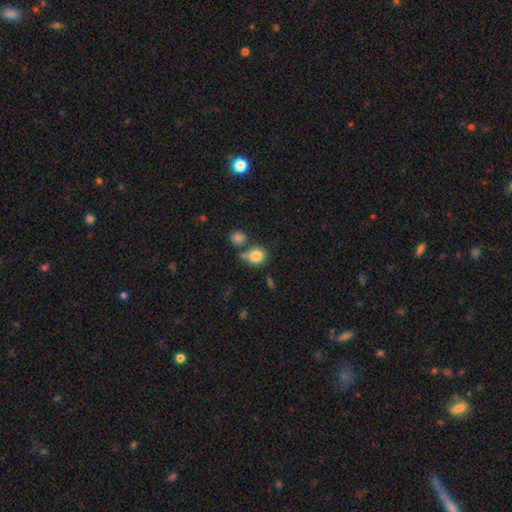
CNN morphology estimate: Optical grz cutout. It shows a smooth galaxy with no disk features (84%) that is round (78%). Merging: none (59%).